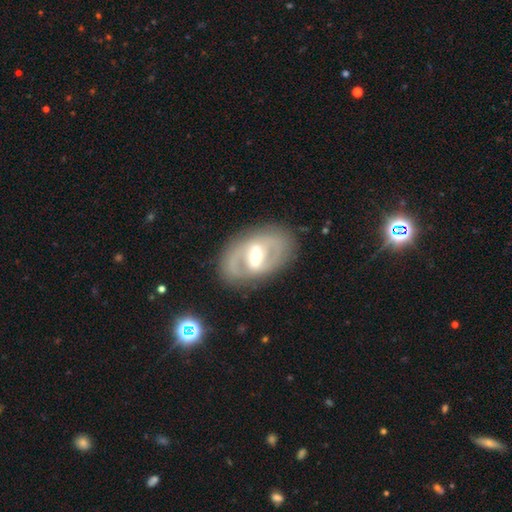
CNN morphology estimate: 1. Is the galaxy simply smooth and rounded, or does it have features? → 79% featured or disk, 15% smooth, 6% star or artifact.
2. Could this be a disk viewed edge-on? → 94% no, 6% yes.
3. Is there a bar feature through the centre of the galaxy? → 47% strong, 39% weak, 13% no.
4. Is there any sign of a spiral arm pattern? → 72% yes, 28% no.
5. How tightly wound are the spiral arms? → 45% medium, 36% tight, 19% loose.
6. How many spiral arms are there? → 78% 2, 13% can't tell, 4% 1, 3% 3, 1% 4, 1% more than 4.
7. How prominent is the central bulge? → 60% moderate, 30% small, 7% large, 1% dominant, 1% none.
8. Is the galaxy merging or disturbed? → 81% none, 12% minor disturbance, 6% major disturbance, 2% merger.